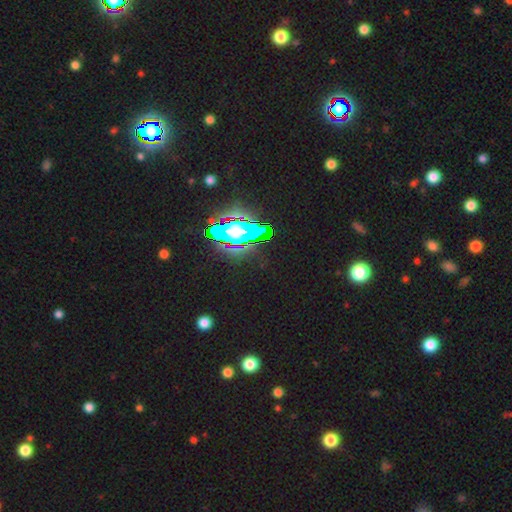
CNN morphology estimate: This is likely a star or artifact rather than a galaxy (72%).